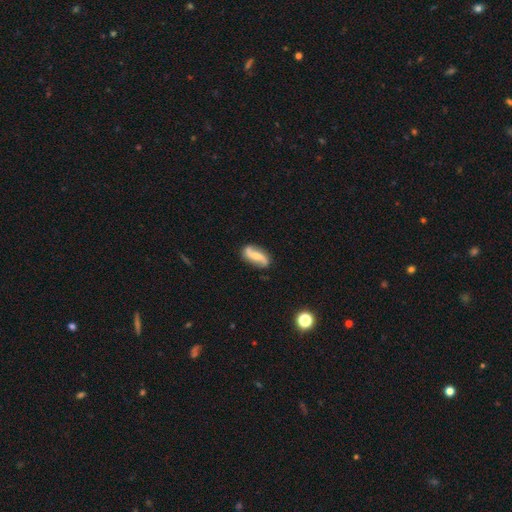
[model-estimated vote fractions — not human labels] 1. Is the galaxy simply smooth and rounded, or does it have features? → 73% featured or disk, 21% smooth, 6% star or artifact.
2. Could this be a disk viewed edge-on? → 93% no, 7% yes.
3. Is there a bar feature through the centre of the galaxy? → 43% no, 33% weak, 24% strong.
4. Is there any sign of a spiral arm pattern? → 94% yes, 6% no.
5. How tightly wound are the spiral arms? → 76% loose, 17% medium, 7% tight.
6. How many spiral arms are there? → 92% 2, 3% can't tell, 2% 1, 1% 3, 1% 4, 1% more than 4.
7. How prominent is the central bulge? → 46% small, 33% moderate, 15% none, 4% large, 2% dominant.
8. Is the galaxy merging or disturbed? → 80% none, 14% minor disturbance, 4% major disturbance, 2% merger.